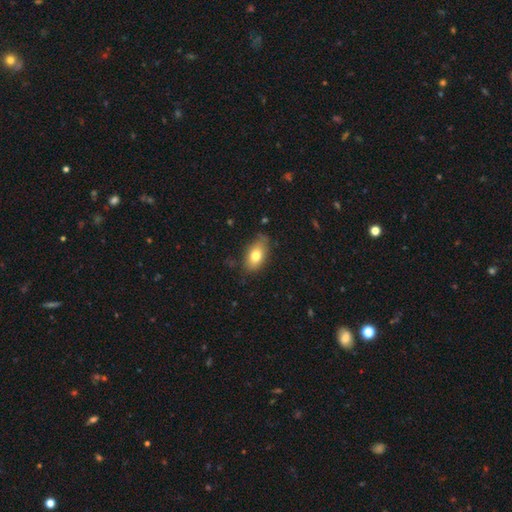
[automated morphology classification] This appears to be a smooth galaxy with no disk features (77%) that is in between round and cigar-shaped (87%). Merging: none (74%).